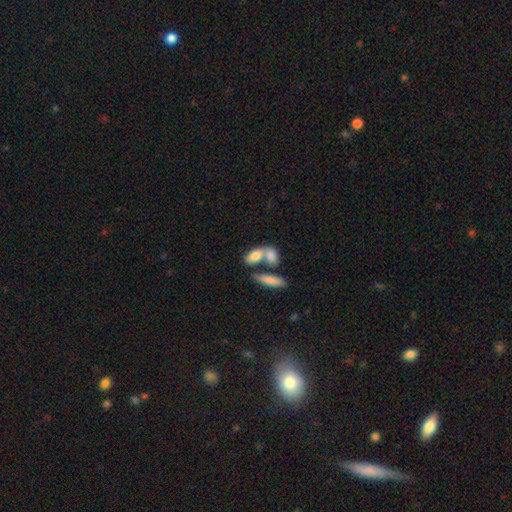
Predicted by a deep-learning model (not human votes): smooth-or-featured: smooth: 74% | featured or disk: 19% | star or artifact: 7%
  how-rounded: in between: 79% | cigar-shaped: 16% | round: 5%
  merging: merger: 53% | none: 32% | minor disturbance: 10% | major disturbance: 6%